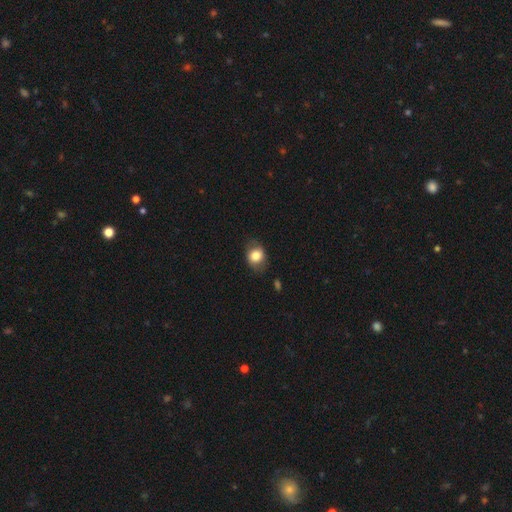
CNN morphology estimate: smooth_or_featured: smooth (p=0.78) [alt: featured or disk p=0.15]
how_rounded: in between (p=0.53) [alt: round p=0.46]
merging: none (p=0.72) [alt: minor disturbance p=0.20]